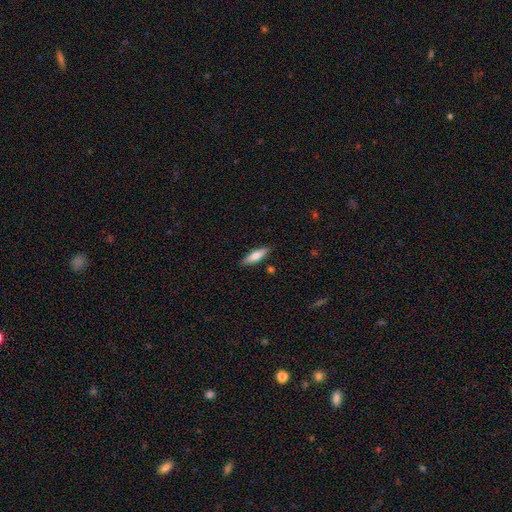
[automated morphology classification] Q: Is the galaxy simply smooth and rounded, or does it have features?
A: smooth — 73%.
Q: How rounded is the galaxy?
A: cigar-shaped — 53%.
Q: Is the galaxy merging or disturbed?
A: none — 86%.